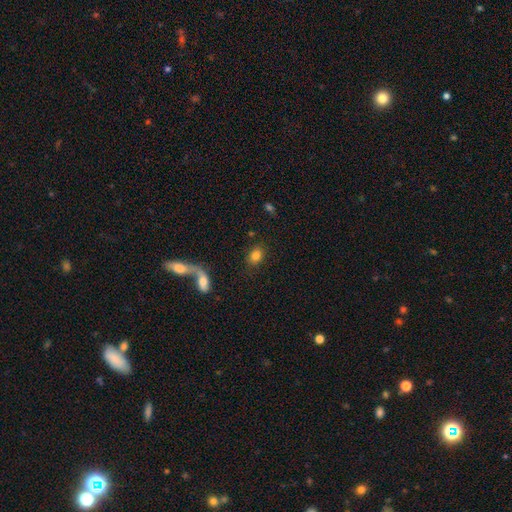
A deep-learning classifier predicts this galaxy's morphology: smooth 82%, featured or disk 9%, star or artifact 9%. Down the decision tree: how rounded — in between (68%); merging — none (77%).